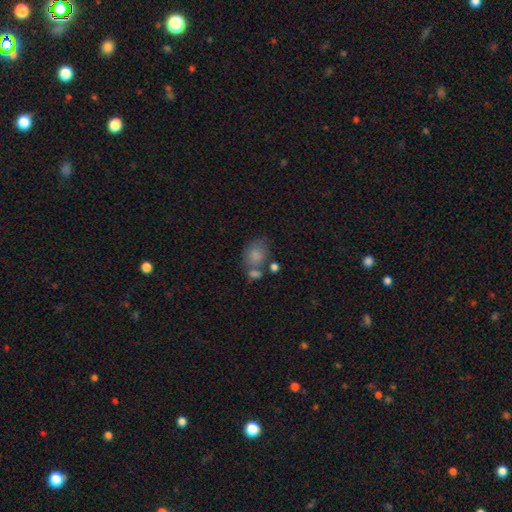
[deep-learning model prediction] smooth-or-featured: smooth: 80% | featured or disk: 10% | star or artifact: 10%
  how-rounded: in between: 57% | round: 42% | cigar-shaped: 1%
  merging: none: 43% | merger: 30% | minor disturbance: 17% | major disturbance: 9%